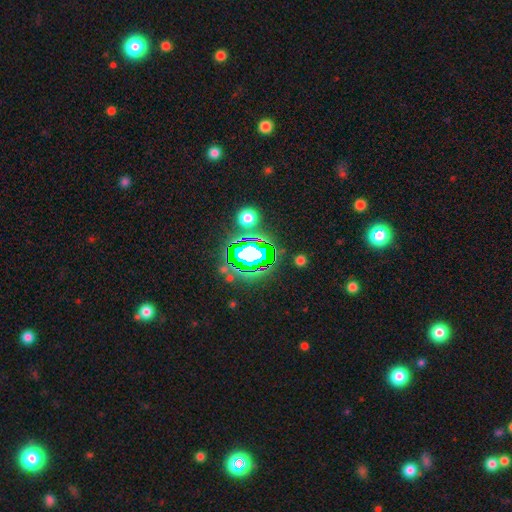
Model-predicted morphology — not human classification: A star or artifact, not a galaxy (65%).

Vote fractions:
- Smooth or featured? star or artifact: 65% / smooth: 19% / featured or disk: 17%